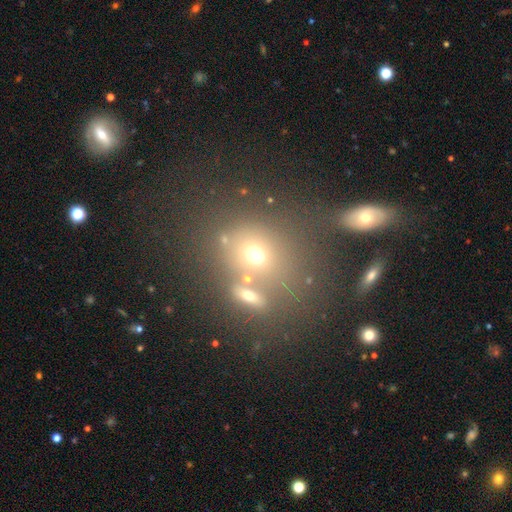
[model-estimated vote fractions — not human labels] A smooth galaxy with no disk features (65%) that is round (65%). Merging: none (55%).